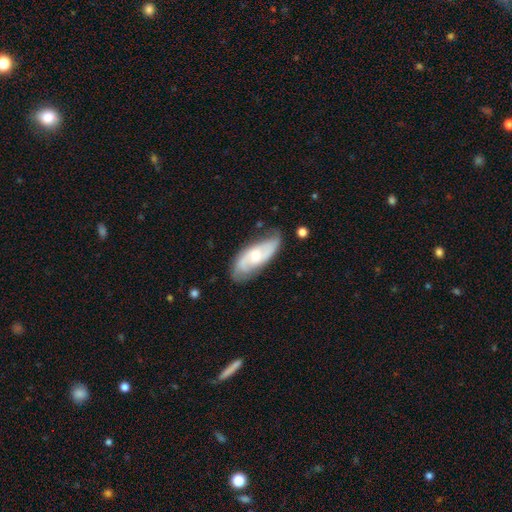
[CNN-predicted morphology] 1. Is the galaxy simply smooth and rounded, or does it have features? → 66% featured or disk, 28% smooth, 6% star or artifact.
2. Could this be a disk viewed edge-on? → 88% no, 12% yes.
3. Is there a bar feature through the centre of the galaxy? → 62% no, 32% weak, 7% strong.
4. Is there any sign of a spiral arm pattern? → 88% yes, 12% no.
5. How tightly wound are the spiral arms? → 42% medium, 33% loose, 25% tight.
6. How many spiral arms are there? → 77% 2, 15% can't tell, 3% 1, 3% 3, 1% 4, 1% more than 4.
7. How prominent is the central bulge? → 56% moderate, 38% small, 4% large, 2% none, 1% dominant.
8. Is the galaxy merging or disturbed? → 69% none, 23% minor disturbance, 6% major disturbance, 2% merger.